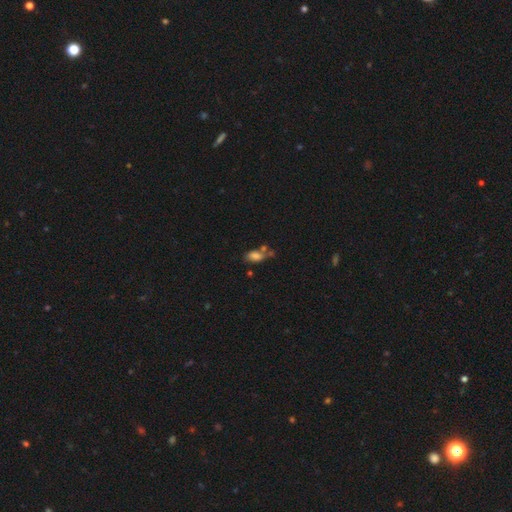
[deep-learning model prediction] Smooth or featured: smooth — 75% (star or artifact — 13%)
How rounded: in between — 87% (round — 8%)
Merging: none — 40% (merger — 31%)